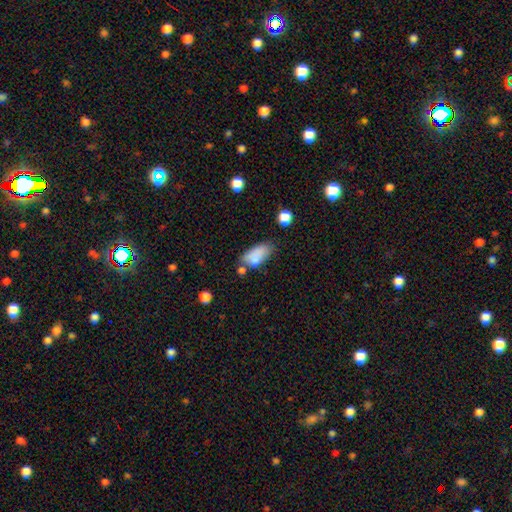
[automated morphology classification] This appears to be a smooth galaxy with no disk features (82%) that is in between round and cigar-shaped (89%). Merging: none (45%).